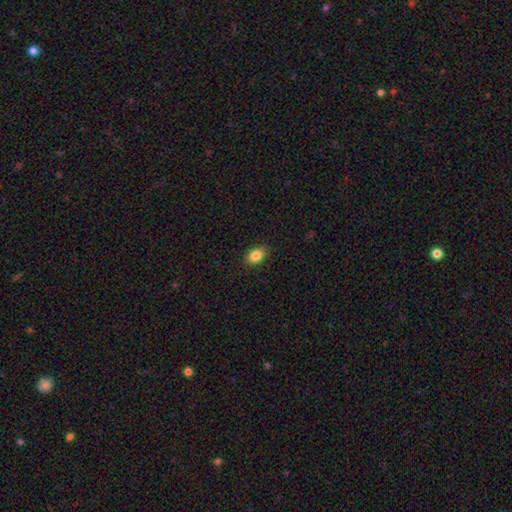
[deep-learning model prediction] Smooth or featured? Predicted: smooth (p=0.86). How rounded? Predicted: in between (p=0.77). Merging? Predicted: none (p=0.88).